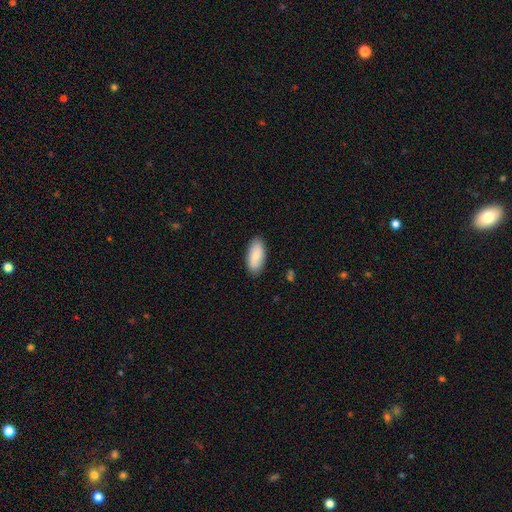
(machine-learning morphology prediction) Smooth or featured: smooth — 81% (featured or disk — 13%)
How rounded: in between — 90% (cigar-shaped — 8%)
Merging: none — 87% (minor disturbance — 10%)